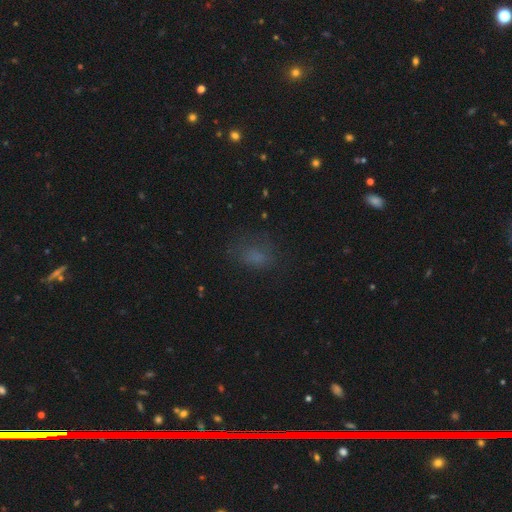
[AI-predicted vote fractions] A smooth galaxy with no disk features (66%) that is in between round and cigar-shaped (70%).

Vote fractions:
- Smooth or featured? smooth: 66% / star or artifact: 21% / featured or disk: 12%
- How rounded? in between: 70% / round: 27% / cigar-shaped: 3%
- Merging? none: 63% / minor disturbance: 20% / major disturbance: 15% / merger: 2%